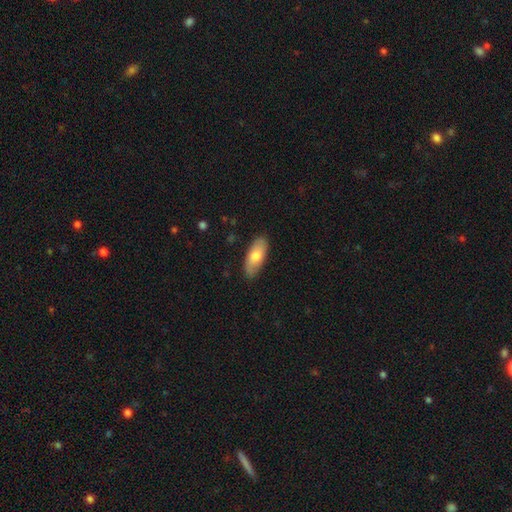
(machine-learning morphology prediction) smooth_or_featured: smooth (p=0.74) [alt: featured or disk p=0.21]
how_rounded: in between (p=0.84) [alt: cigar-shaped p=0.14]
merging: none (p=0.84) [alt: minor disturbance p=0.13]